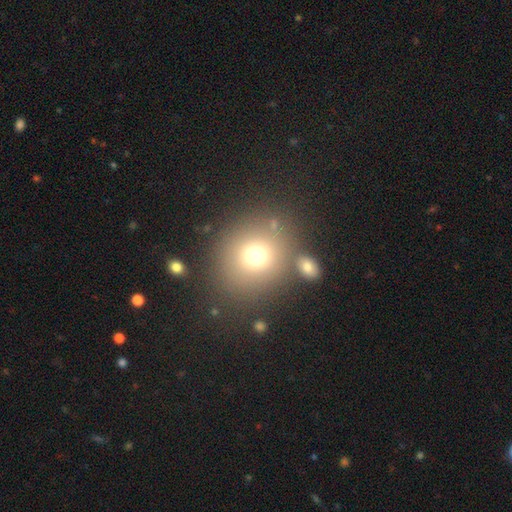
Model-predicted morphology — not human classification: This is likely a smooth galaxy (72%). How rounded: clearly round (82%). Merging: likely none (73%).